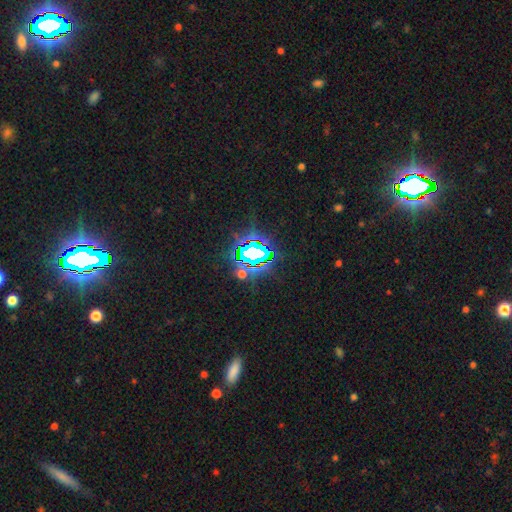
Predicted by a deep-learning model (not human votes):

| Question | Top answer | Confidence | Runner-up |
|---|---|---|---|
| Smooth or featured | star or artifact | 73% | smooth (15%) |